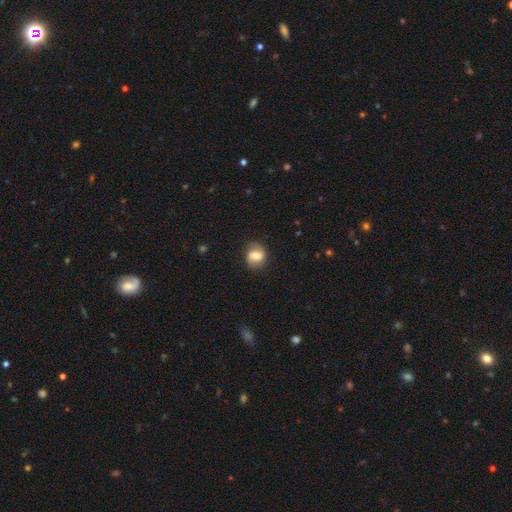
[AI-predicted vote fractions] A smooth galaxy with no disk features (59%) that is round (66%).

Vote fractions:
- Smooth or featured? smooth: 59% / featured or disk: 32% / star or artifact: 9%
- How rounded? round: 66% / in between: 32% / cigar-shaped: 1%
- Merging? none: 80% / minor disturbance: 14% / major disturbance: 4% / merger: 1%